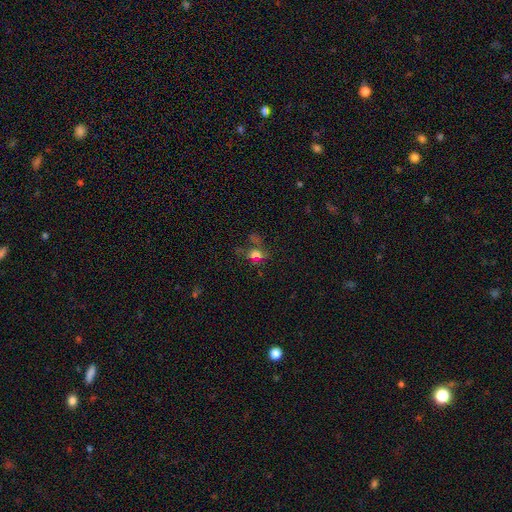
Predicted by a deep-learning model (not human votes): Q: Smooth or featured?
A: smooth (53%); runner-up: star or artifact (30%)
Q: How rounded?
A: in between (63%); runner-up: round (31%)
Q: Merging?
A: none (48%); runner-up: minor disturbance (19%)